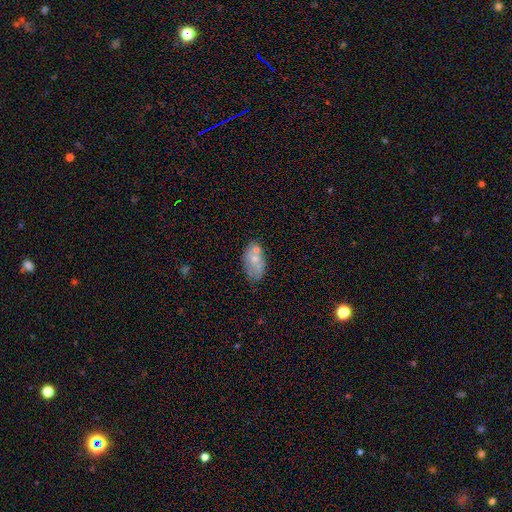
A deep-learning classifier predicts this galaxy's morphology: A smooth galaxy with no disk features (58%) that is in between round and cigar-shaped (89%). Merging: none (54%).